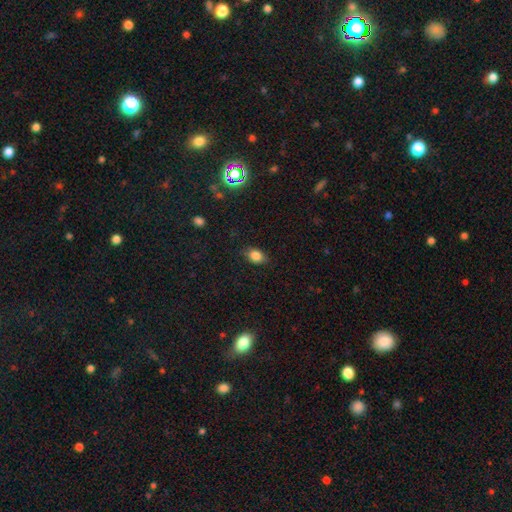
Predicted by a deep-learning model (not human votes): Q: Smooth or featured?
A: smooth (83%); runner-up: star or artifact (10%)
Q: How rounded?
A: in between (78%); runner-up: round (21%)
Q: Merging?
A: none (82%); runner-up: minor disturbance (14%)